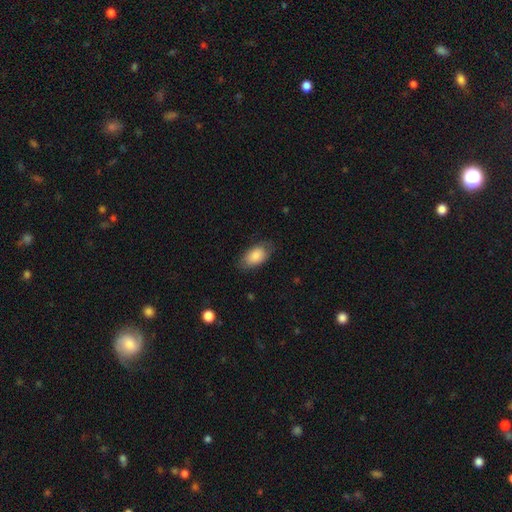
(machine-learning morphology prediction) The model was most divided on "merging": none: 73%, minor disturbance: 20%, major disturbance: 6%, merger: 1%. More confident: how rounded — in between (93%); smooth or featured — smooth (83%).